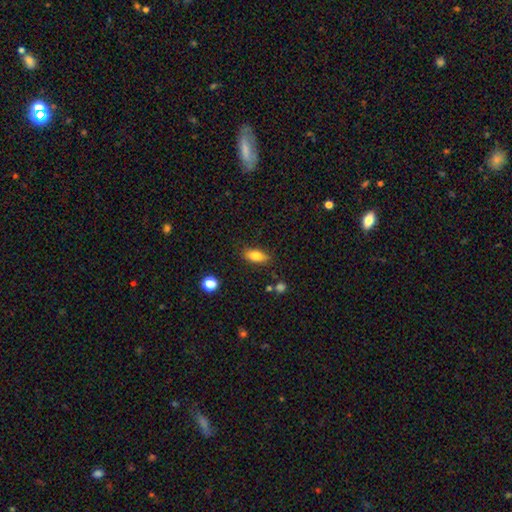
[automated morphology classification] Smooth or featured? Predicted: smooth (p=0.82). How rounded? Predicted: in between (p=0.83). Merging? Predicted: none (p=0.82).